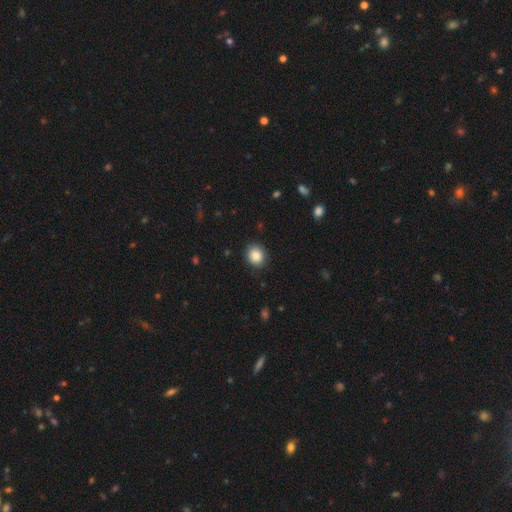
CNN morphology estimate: smooth_or_featured: smooth (p=0.86) [alt: star or artifact p=0.09]
how_rounded: round (p=0.73) [alt: in between p=0.26]
merging: none (p=0.89) [alt: minor disturbance p=0.08]